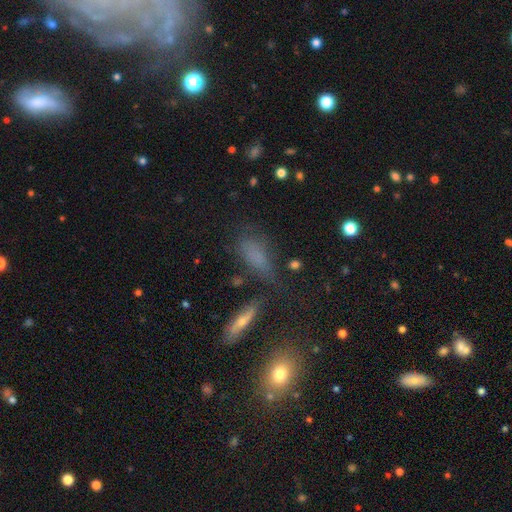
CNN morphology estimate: Q: Smooth or featured?
A: smooth (69%); runner-up: star or artifact (16%)
Q: How rounded?
A: in between (70%); runner-up: cigar-shaped (24%)
Q: Merging?
A: none (55%); runner-up: minor disturbance (23%)